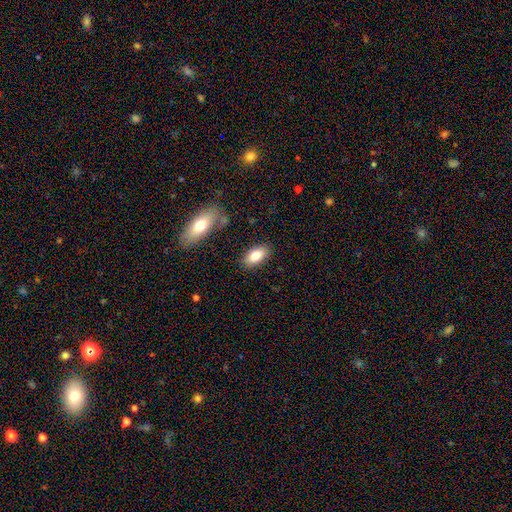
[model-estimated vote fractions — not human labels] Morphology: type=smooth (82%); roundness=in between (90%); merging=none (84%).